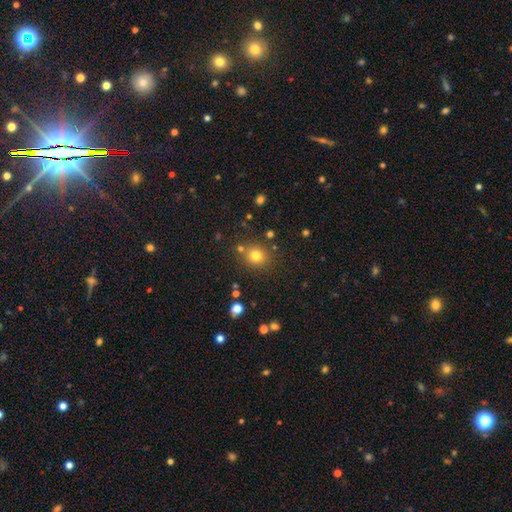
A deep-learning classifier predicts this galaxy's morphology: smooth_or_featured: smooth (p=0.77) [alt: star or artifact p=0.16]
how_rounded: round (p=0.85) [alt: in between p=0.14]
merging: none (p=0.80) [alt: minor disturbance p=0.09]